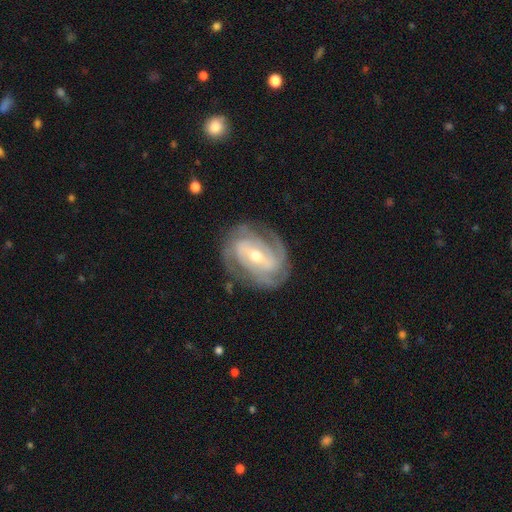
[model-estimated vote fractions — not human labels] smooth_or_featured: featured or disk (p=0.89) [alt: smooth p=0.06]
disk_edge_on: no (p=0.97) [alt: yes p=0.03]
bar: weak (p=0.40) [alt: strong p=0.36]
has_spiral_arms: yes (p=0.97) [alt: no p=0.03]
spiral_winding: tight (p=0.65) [alt: medium p=0.30]
spiral_arm_count: 3 (p=0.37) [alt: 2 p=0.26]
bulge_size: moderate (p=0.58) [alt: small p=0.38]
merging: none (p=0.77) [alt: minor disturbance p=0.16]